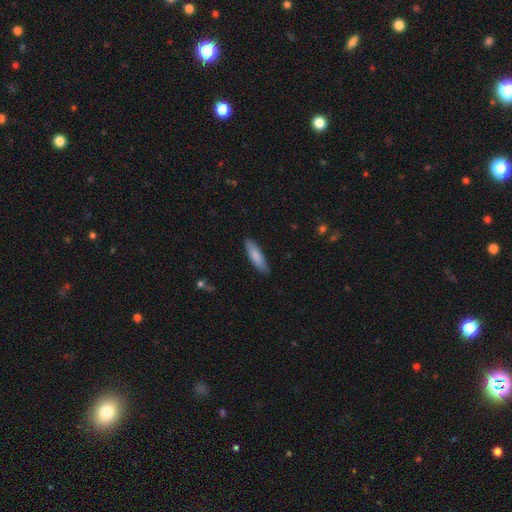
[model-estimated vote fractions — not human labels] Q: Smooth or featured?
A: smooth (82%); runner-up: featured or disk (13%)
Q: How rounded?
A: cigar-shaped (67%); runner-up: in between (31%)
Q: Merging?
A: none (88%); runner-up: minor disturbance (9%)